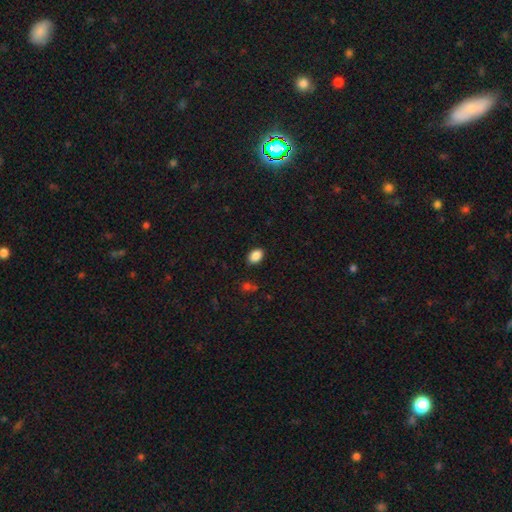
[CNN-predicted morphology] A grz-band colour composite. It shows a smooth galaxy with no disk features (88%) that is in between round and cigar-shaped (87%). Merging: none (87%).